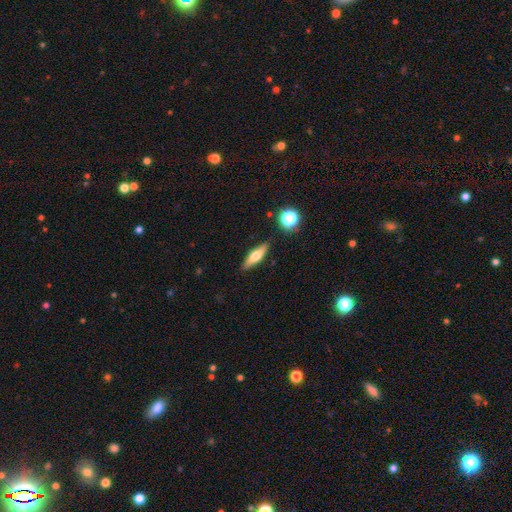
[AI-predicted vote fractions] smooth 49%, featured or disk 44%, star or artifact 7%. Down the decision tree: merging — none (87%).